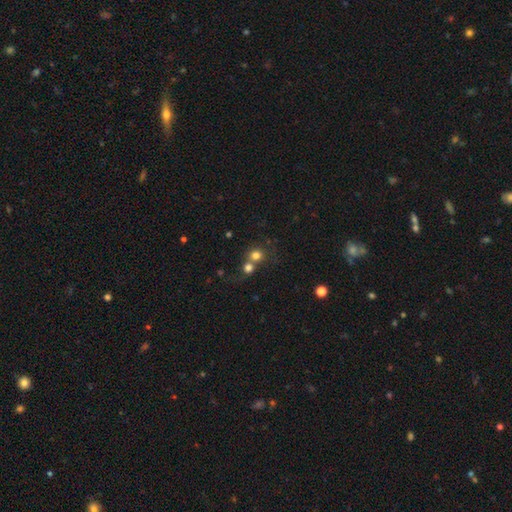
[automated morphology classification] Smooth or featured?
  - smooth: 76% *
  - star or artifact: 15%
  - featured or disk: 10%
How rounded?
  - round: 88% *
  - in between: 11%
  - cigar-shaped: 1%
Merging?
  - none: 46% *
  - merger: 45%
  - minor disturbance: 6%
  - major disturbance: 3%